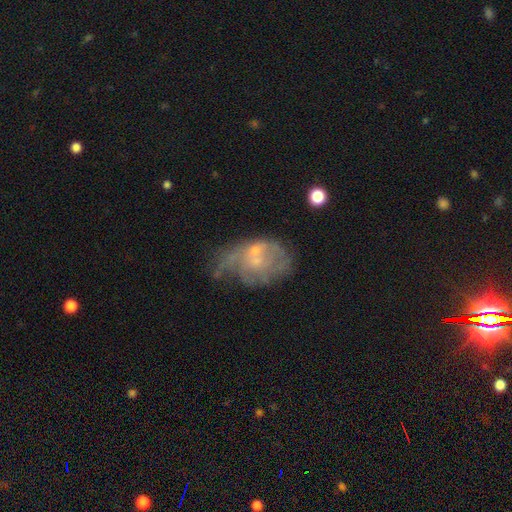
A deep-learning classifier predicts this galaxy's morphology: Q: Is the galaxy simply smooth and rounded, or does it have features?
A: featured or disk — 62%.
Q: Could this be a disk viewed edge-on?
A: no — 97%.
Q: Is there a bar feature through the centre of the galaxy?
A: no — 82%.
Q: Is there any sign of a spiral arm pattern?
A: no — 59%.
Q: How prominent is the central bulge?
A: small — 56%.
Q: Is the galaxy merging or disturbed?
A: major disturbance — 37%.